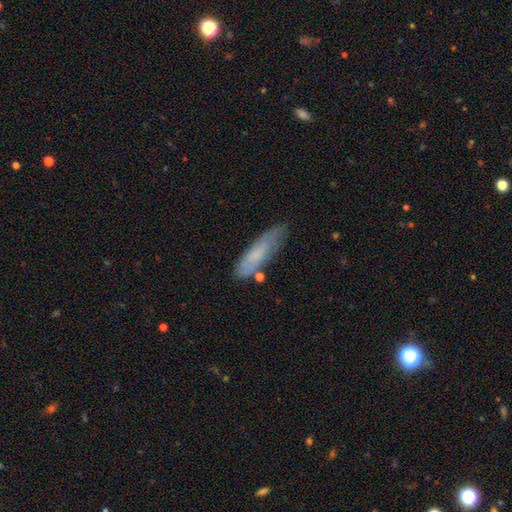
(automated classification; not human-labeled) Smooth or featured? Predicted: smooth (p=0.66). How rounded? Predicted: cigar-shaped (p=0.66). Merging? Predicted: none (p=0.68).